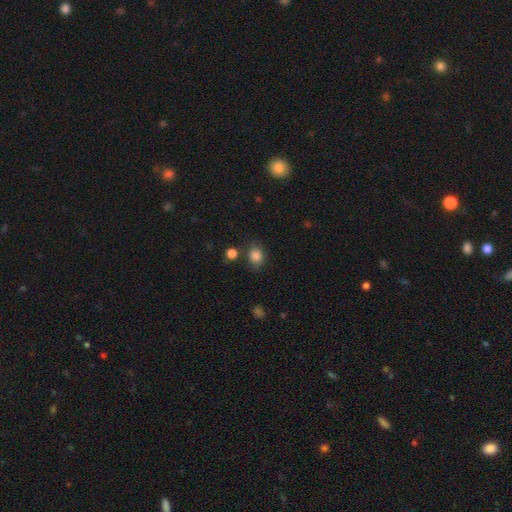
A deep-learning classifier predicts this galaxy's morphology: The model was most divided on "how rounded": round: 65%, in between: 34%, cigar-shaped: 1%. More confident: smooth or featured — smooth (85%); merging — none (76%).